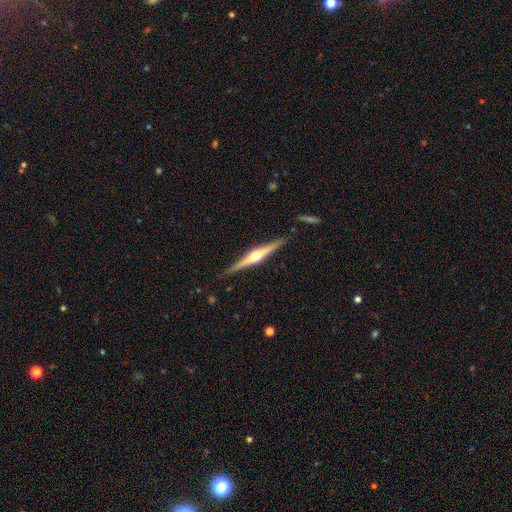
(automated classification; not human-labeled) A featured or disk galaxy (79%) viewed edge-on (98%) with a rounded central bulge (94%). Merging: none (89%).